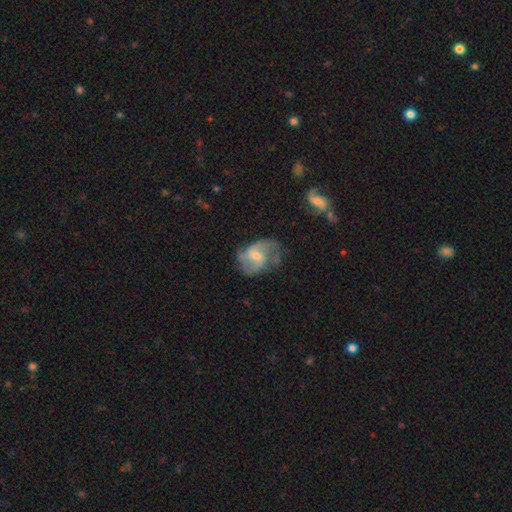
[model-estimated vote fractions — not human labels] Smooth or featured: featured or disk — 75% (smooth — 18%)
Edge-on disk: no — 97% (yes — 3%)
Bar: weak — 52% (no — 36%)
Spiral arms: yes — 89% (no — 11%)
Spiral winding: medium — 45% (loose — 39%)
Spiral arm count: 2 — 64% (can't tell — 15%)
Bulge size: small — 50% (moderate — 40%)
Merging: none — 54% (minor disturbance — 26%)